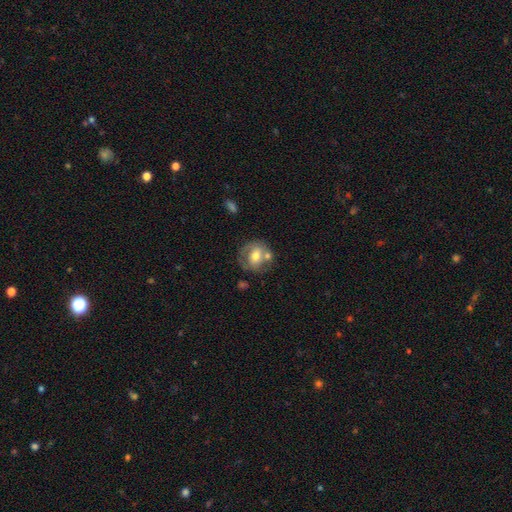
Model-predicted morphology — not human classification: smooth_or_featured: smooth (p=0.50) [alt: featured or disk p=0.43]
merging: none (p=0.50) [alt: merger p=0.22]